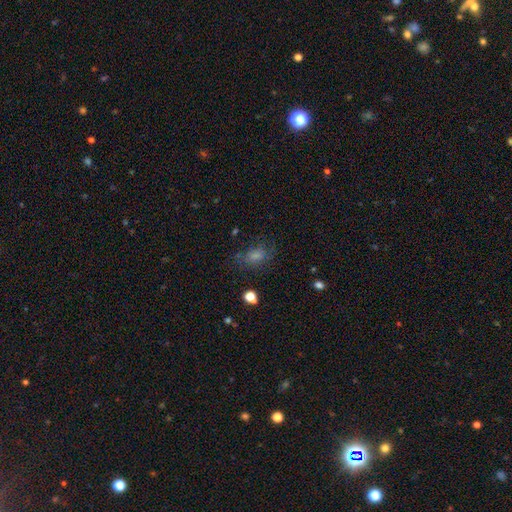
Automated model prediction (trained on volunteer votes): smooth_or_featured: smooth (p=0.69) [alt: featured or disk p=0.16]
how_rounded: in between (p=0.80) [alt: round p=0.16]
merging: none (p=0.66) [alt: minor disturbance p=0.20]